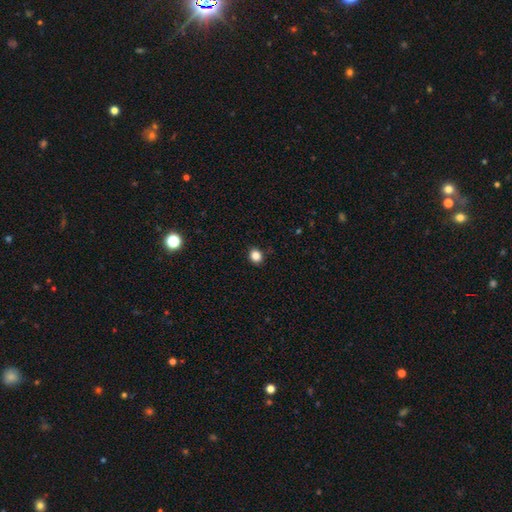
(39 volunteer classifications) Overall: smooth (85%). How rounded: round (82%). Merging: none (97%).